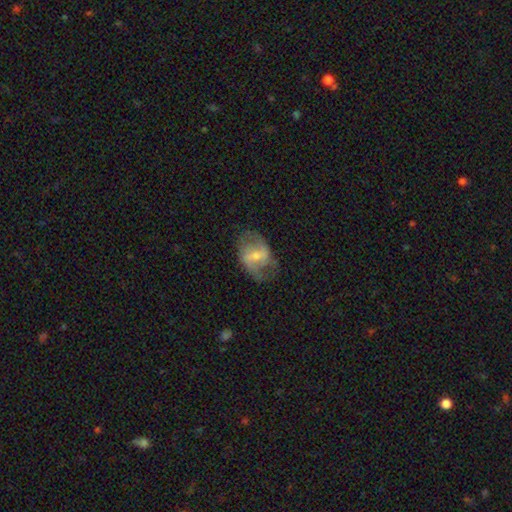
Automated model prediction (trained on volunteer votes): smooth-or-featured: featured or disk: 67% | smooth: 26% | star or artifact: 7%
  disk-edge-on: no: 96% | yes: 4%
    bar: weak: 48% | strong: 33% | no: 20%
    has-spiral-arms: yes: 74% | no: 26%
    bulge-size: small: 50% | moderate: 40% | none: 6% | large: 3% | dominant: 1%
  merging: none: 61% | minor disturbance: 22% | major disturbance: 16% | merger: 1%